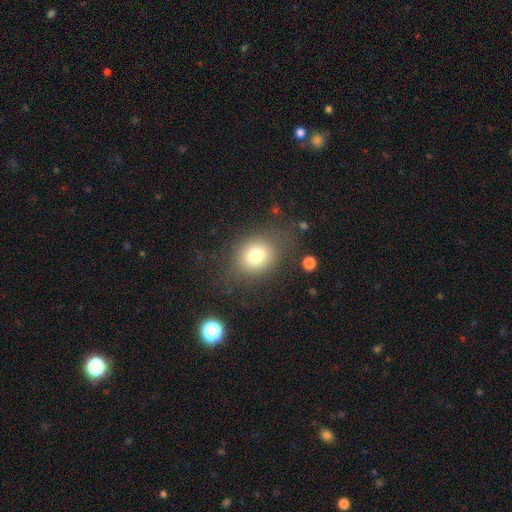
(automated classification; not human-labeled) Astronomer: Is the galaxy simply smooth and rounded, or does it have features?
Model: smooth — 76%.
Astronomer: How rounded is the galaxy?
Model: round — 62%.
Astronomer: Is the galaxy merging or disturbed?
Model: none — 75%.